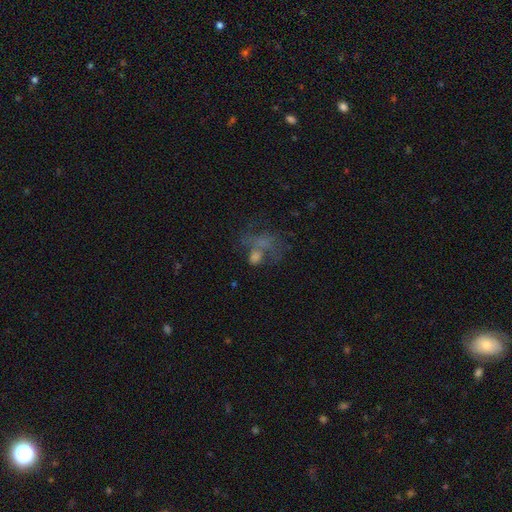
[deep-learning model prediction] Smooth or featured: smooth — 43% (featured or disk — 34%)
Merging: none — 31% (major disturbance — 30%)